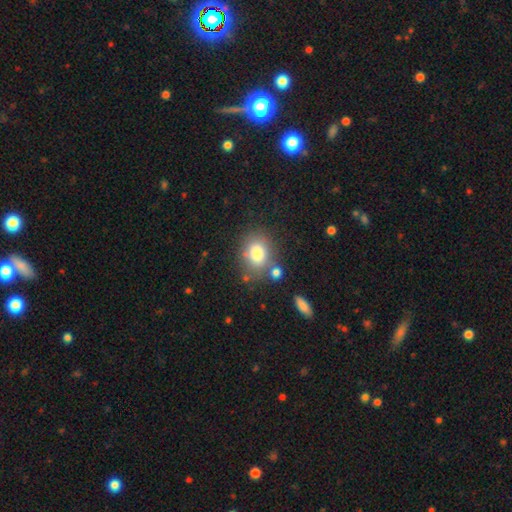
smooth_or_featured: smooth (p=0.92) [alt: star or artifact p=0.08]
how_rounded: round (p=0.49) [tied with: in between p=0.49]
merging: none (p=0.80) [alt: minor disturbance p=0.11]